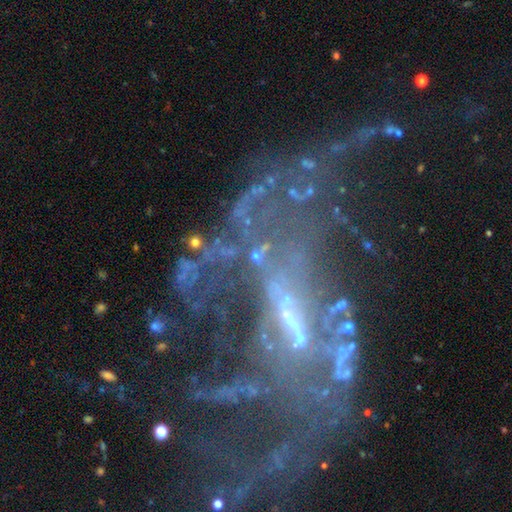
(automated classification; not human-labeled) This appears to be a star or artifact, not a galaxy (45%).